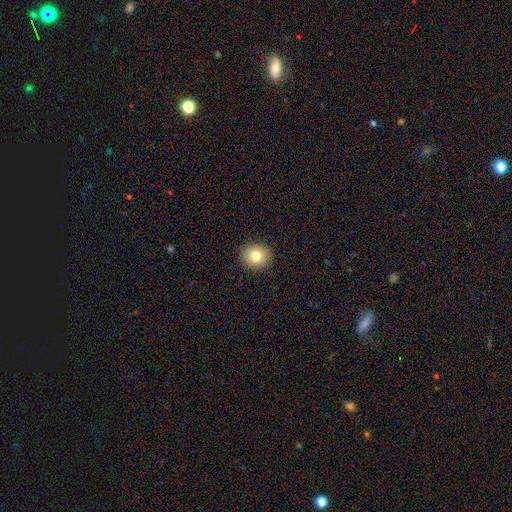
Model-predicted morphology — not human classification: This appears to be a smooth galaxy with no disk features (79%) that is round (82%). Merging: none (91%).